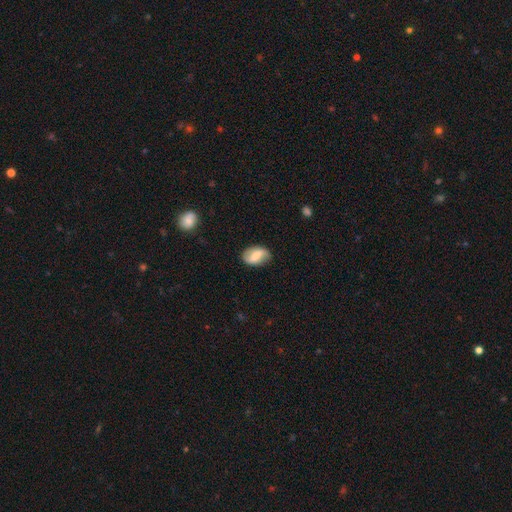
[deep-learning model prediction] Q: Smooth or featured?
A: featured or disk (48%); runner-up: smooth (45%)
Q: Merging?
A: none (80%); runner-up: minor disturbance (15%)